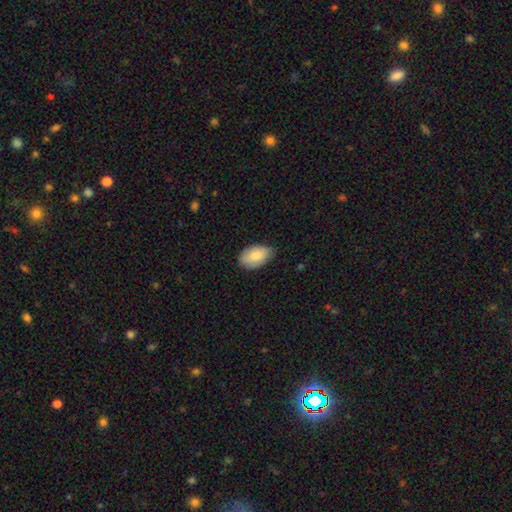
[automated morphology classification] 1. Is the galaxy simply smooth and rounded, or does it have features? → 85% smooth, 9% featured or disk, 6% star or artifact.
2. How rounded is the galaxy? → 93% in between, 6% round, 1% cigar-shaped.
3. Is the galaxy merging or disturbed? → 75% none, 21% minor disturbance, 3% major disturbance, 1% merger.